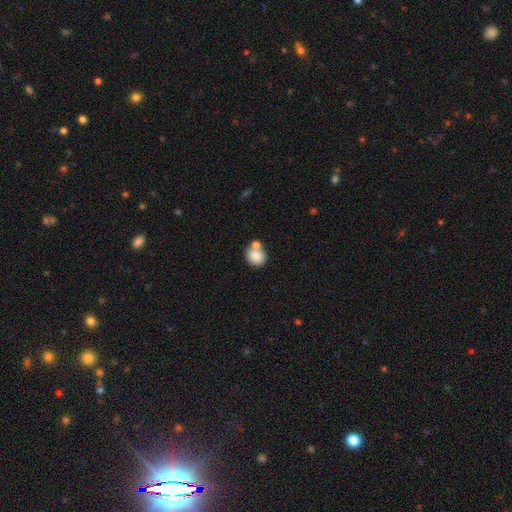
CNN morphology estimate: This is clearly a smooth galaxy (84%). How rounded: likely round (70%). Merging: possibly none (51%).